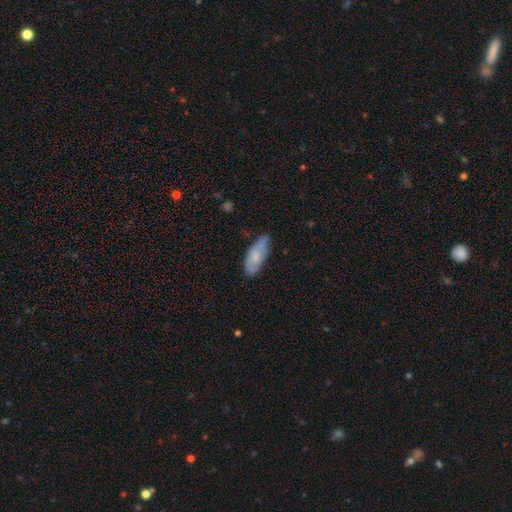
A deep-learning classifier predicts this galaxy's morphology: Smooth or featured?
  - smooth: 64% *
  - featured or disk: 29%
  - star or artifact: 7%
How rounded?
  - in between: 74% *
  - cigar-shaped: 24%
  - round: 2%
Merging?
  - none: 67% *
  - minor disturbance: 26%
  - major disturbance: 5%
  - merger: 2%